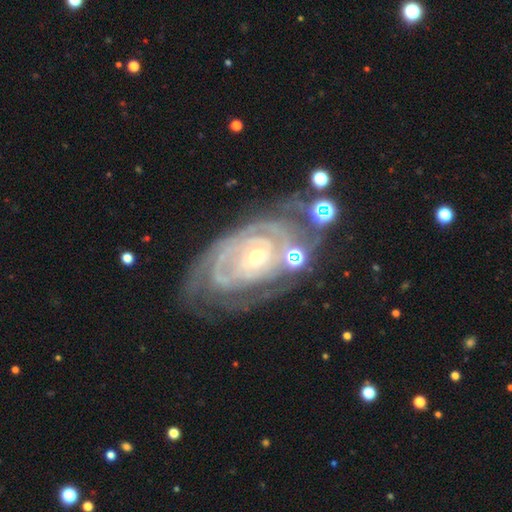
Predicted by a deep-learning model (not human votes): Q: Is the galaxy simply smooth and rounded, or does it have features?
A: featured or disk — 86%.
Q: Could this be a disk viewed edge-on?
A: no — 96%.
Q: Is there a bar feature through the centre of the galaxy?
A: no — 74%.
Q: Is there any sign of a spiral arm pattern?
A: yes — 91%.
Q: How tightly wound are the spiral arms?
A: tight — 76%.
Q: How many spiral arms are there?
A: can't tell — 41%.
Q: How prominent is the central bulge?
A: small — 64%.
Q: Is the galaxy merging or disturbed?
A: none — 51%.